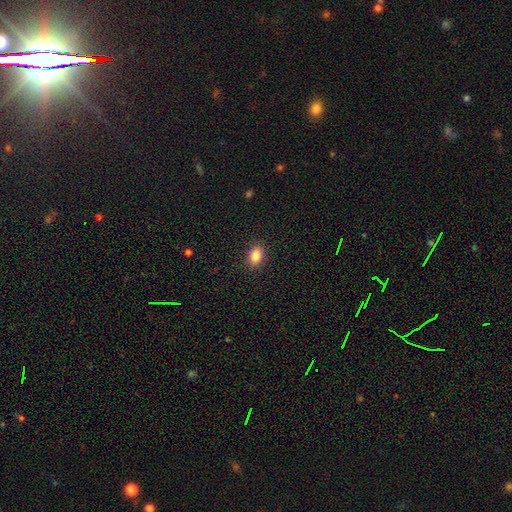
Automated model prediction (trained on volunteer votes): Smooth or featured?
  - smooth: 84% *
  - star or artifact: 9%
  - featured or disk: 6%
How rounded?
  - in between: 80% *
  - round: 19%
  - cigar-shaped: 1%
Merging?
  - none: 90% *
  - minor disturbance: 8%
  - major disturbance: 2%
  - merger: 1%